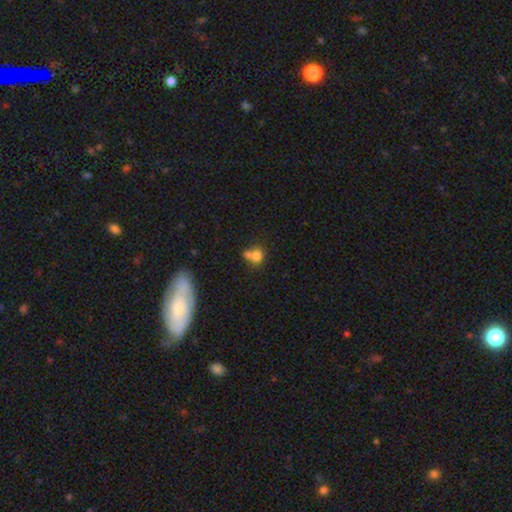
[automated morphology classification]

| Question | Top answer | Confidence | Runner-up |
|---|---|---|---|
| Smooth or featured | smooth | 75% | featured or disk (13%) |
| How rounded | round | 67% | in between (31%) |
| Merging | merger | 45% | none (37%) |